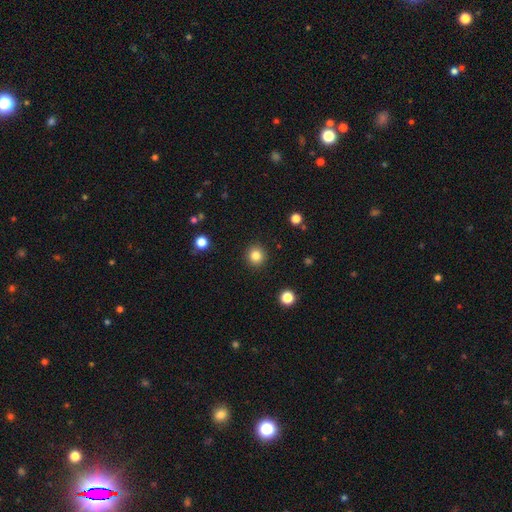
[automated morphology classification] type=smooth (83%); roundness=round (93%); merging=none (91%).